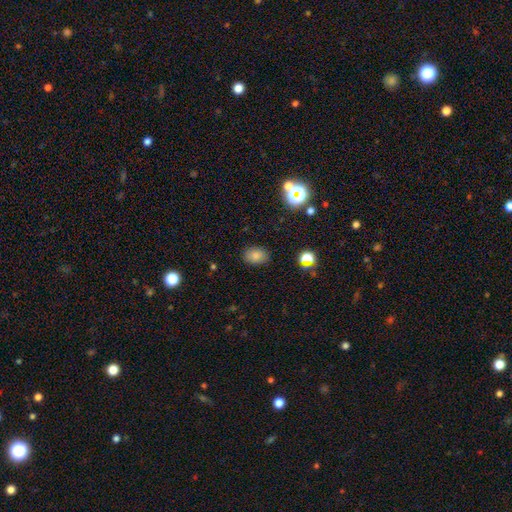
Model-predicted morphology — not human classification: Q: Smooth or featured?
A: smooth (80%); runner-up: star or artifact (13%)
Q: How rounded?
A: in between (74%); runner-up: round (25%)
Q: Merging?
A: none (85%); runner-up: minor disturbance (10%)